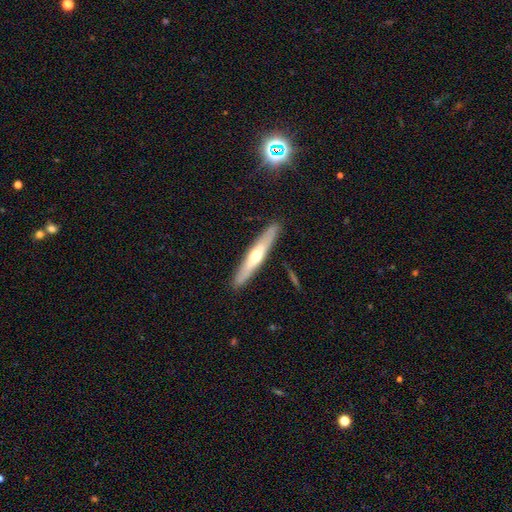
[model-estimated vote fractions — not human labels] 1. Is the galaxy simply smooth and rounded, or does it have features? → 52% featured or disk, 43% smooth, 5% star or artifact.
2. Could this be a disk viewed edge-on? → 90% yes, 10% no.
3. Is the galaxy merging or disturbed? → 90% none, 7% minor disturbance, 2% major disturbance, 1% merger.